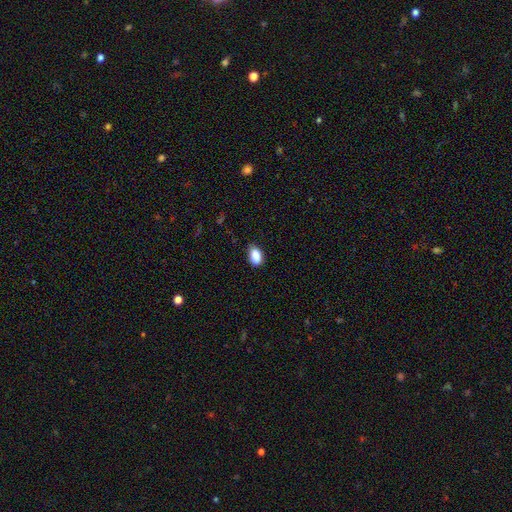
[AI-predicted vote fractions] Overall: smooth (88%). How rounded: in between (89%). Merging: none (80%).